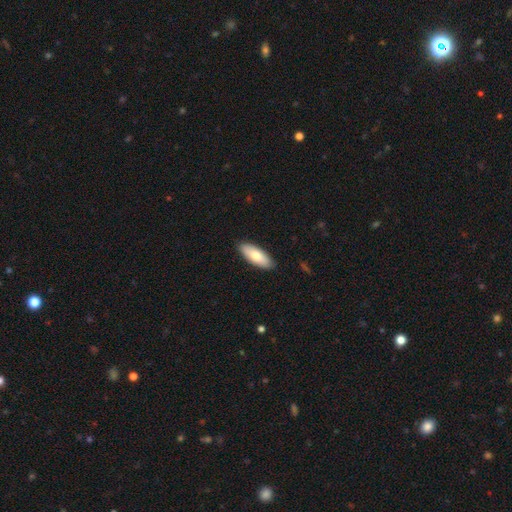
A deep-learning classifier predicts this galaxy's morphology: Smooth or featured: smooth — 74% (featured or disk — 21%)
How rounded: in between — 79% (cigar-shaped — 19%)
Merging: none — 89% (minor disturbance — 8%)